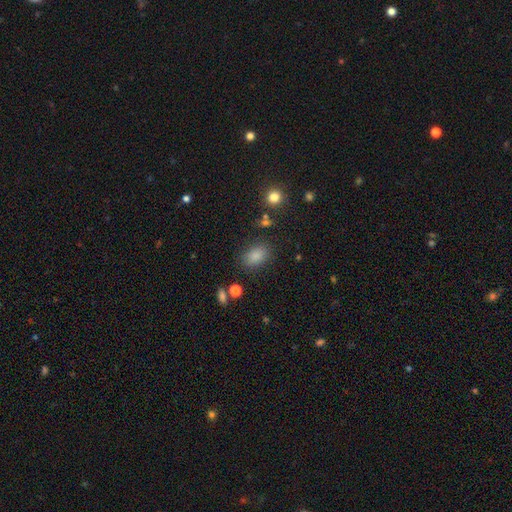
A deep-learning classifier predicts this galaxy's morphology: This appears to be a smooth galaxy with no disk features (84%) that is in between round and cigar-shaped (85%). Merging: none (81%).